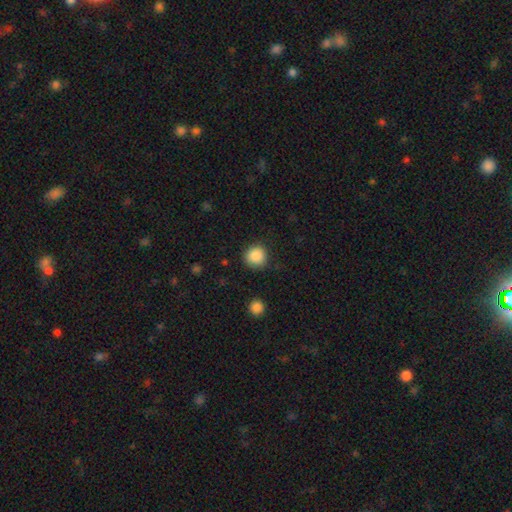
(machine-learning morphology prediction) A smooth galaxy with no disk features (87%) that is round (92%).

Vote fractions:
- Smooth or featured? smooth: 87% / star or artifact: 9% / featured or disk: 4%
- How rounded? round: 92% / in between: 7% / cigar-shaped: 1%
- Merging? none: 87% / minor disturbance: 9% / major disturbance: 3% / merger: 1%